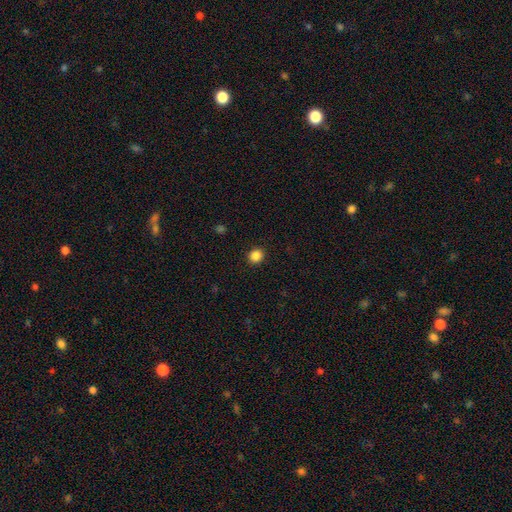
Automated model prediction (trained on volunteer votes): Smooth or featured?
  - smooth: 86% *
  - star or artifact: 11%
  - featured or disk: 3%
How rounded?
  - round: 83% *
  - in between: 16%
  - cigar-shaped: 1%
Merging?
  - none: 92% *
  - minor disturbance: 5%
  - major disturbance: 2%
  - merger: 1%